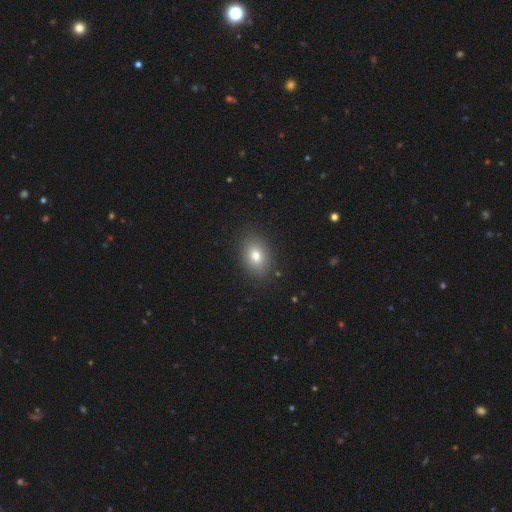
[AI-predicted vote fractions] Smooth or featured: smooth — 79% (featured or disk — 11%)
How rounded: in between — 76% (round — 23%)
Merging: none — 87% (minor disturbance — 9%)